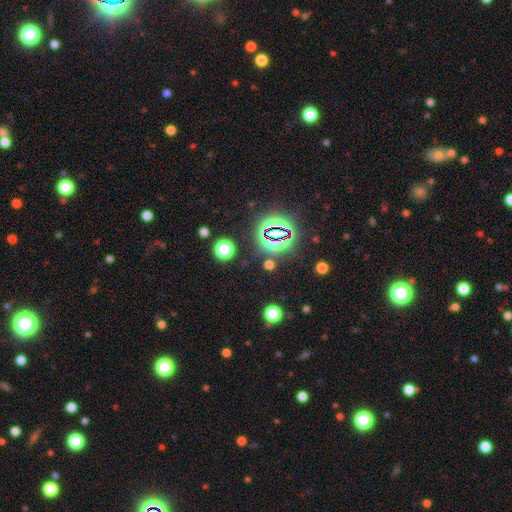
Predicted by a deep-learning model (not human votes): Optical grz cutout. It shows a star or artifact, not a galaxy (82%).